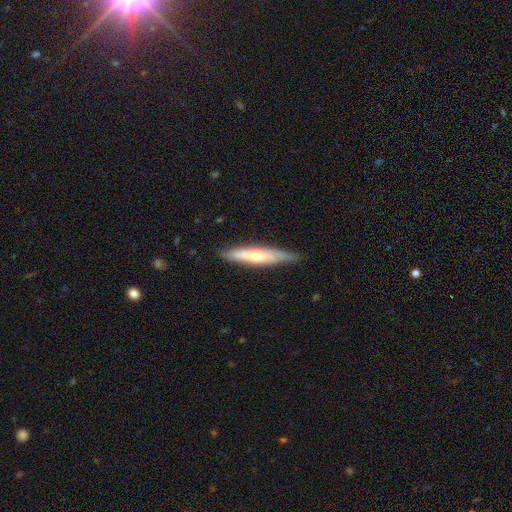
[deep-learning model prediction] smooth-or-featured: featured or disk: 48% | smooth: 46% | star or artifact: 6%
  merging: none: 76% | minor disturbance: 19% | major disturbance: 3% | merger: 1%